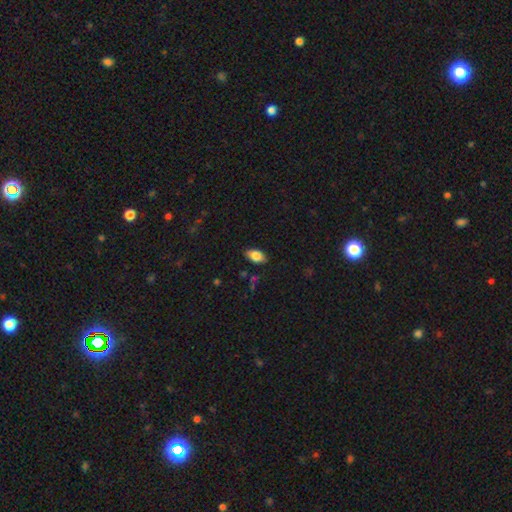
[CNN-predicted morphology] smooth_or_featured: smooth (p=0.83) [alt: featured or disk p=0.09]
how_rounded: in between (p=0.92) [alt: round p=0.05]
merging: none (p=0.84) [alt: minor disturbance p=0.13]